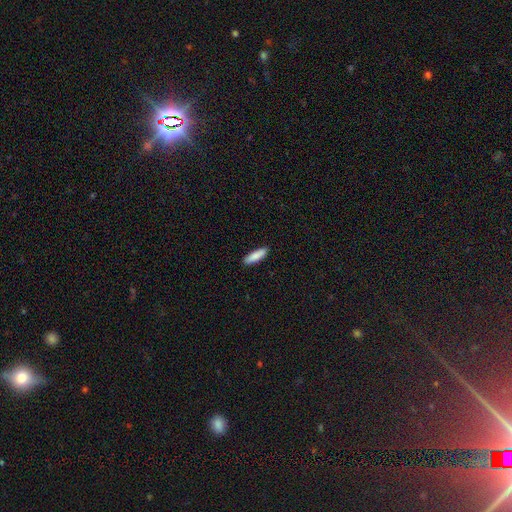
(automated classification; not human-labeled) A smooth galaxy with no disk features (87%) that is cigar-shaped (63%).

Vote fractions:
- Smooth or featured? smooth: 87% / featured or disk: 8% / star or artifact: 5%
- How rounded? cigar-shaped: 63% / in between: 36% / round: 2%
- Merging? none: 90% / minor disturbance: 7% / major disturbance: 1% / merger: 1%